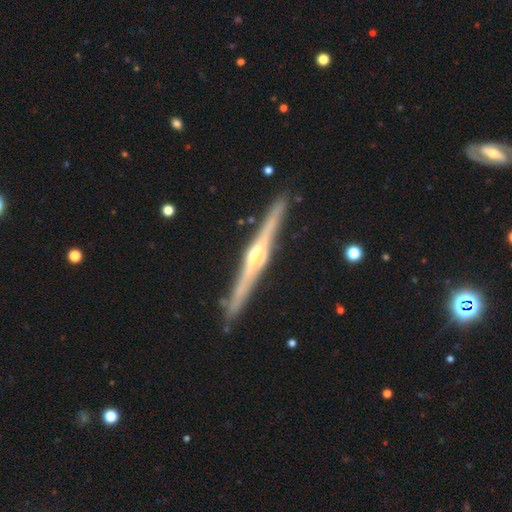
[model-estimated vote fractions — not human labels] Smooth or featured?
  - featured or disk: 86% *
  - smooth: 9%
  - star or artifact: 4%
Edge-on disk?
  - yes: 98% *
  - no: 2%
Edge-on bulge?
  - rounded: 79% *
  - boxy: 11%
  - none: 10%
Merging?
  - none: 90% *
  - minor disturbance: 8%
  - major disturbance: 1%
  - merger: 1%